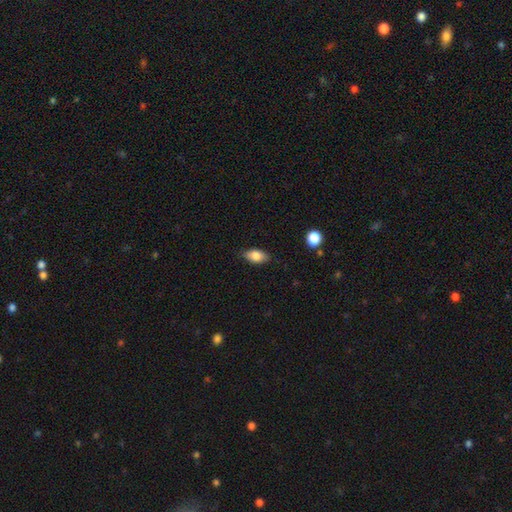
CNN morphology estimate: smooth-or-featured: smooth: 83% | featured or disk: 10% | star or artifact: 8%
  how-rounded: in between: 90% | round: 7% | cigar-shaped: 4%
  merging: none: 82% | minor disturbance: 14% | major disturbance: 3% | merger: 1%